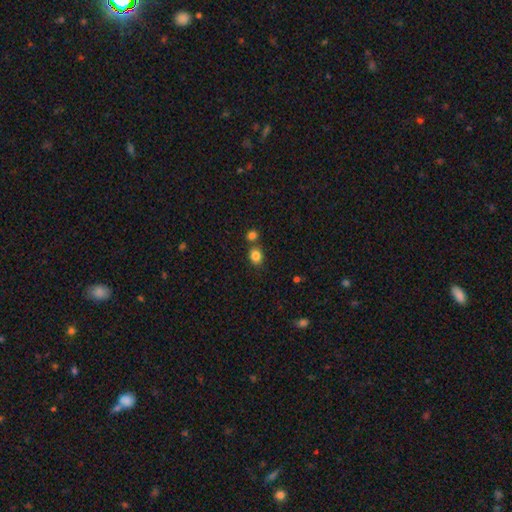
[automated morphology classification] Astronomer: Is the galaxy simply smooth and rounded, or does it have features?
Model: smooth — 84%.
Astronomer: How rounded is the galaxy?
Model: round — 57% (runner-up: in between, 42%).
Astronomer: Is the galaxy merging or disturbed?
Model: none — 64%.